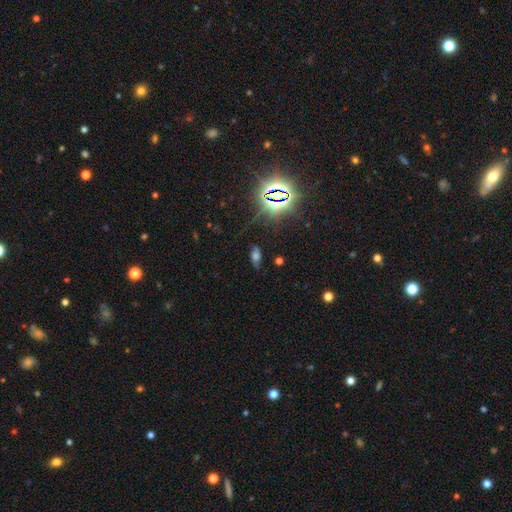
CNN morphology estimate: Smooth or featured: smooth — 45% (star or artifact — 34%)
Merging: none — 69% (minor disturbance — 20%)